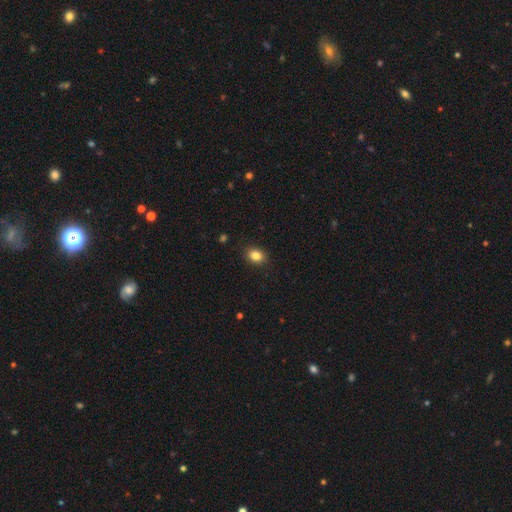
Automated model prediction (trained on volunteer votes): smooth-or-featured: smooth: 84% | star or artifact: 10% | featured or disk: 6%
  how-rounded: in between: 57% | round: 42% | cigar-shaped: 1%
  merging: none: 89% | minor disturbance: 8% | major disturbance: 2% | merger: 1%